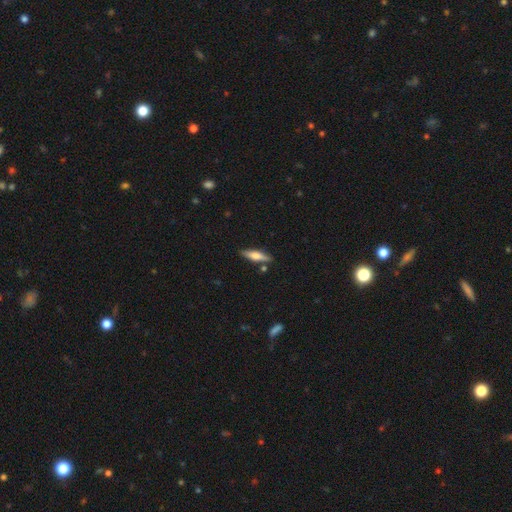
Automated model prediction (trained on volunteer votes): A smooth galaxy with no disk features (55%) that is cigar-shaped (70%). Merging: none (82%).